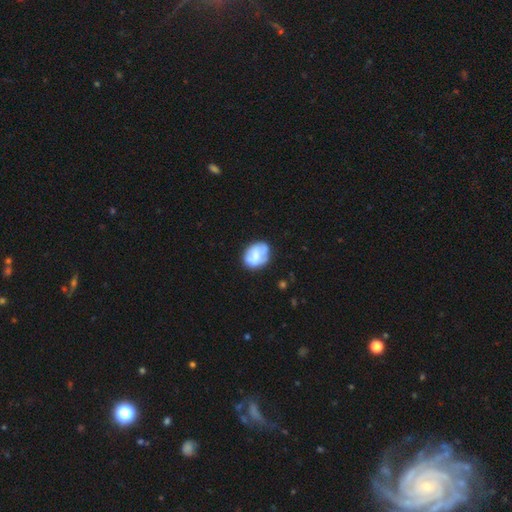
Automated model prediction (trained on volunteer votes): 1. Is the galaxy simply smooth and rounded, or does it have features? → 56% smooth, 37% featured or disk, 8% star or artifact.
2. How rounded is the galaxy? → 63% in between, 36% round, 1% cigar-shaped.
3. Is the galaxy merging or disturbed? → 60% none, 26% minor disturbance, 9% major disturbance, 4% merger.